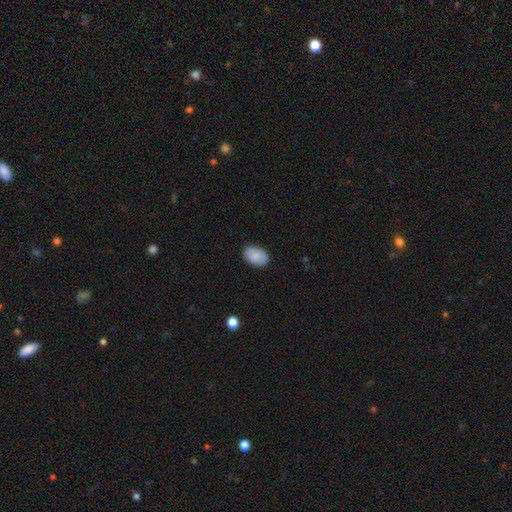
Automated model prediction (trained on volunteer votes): smooth_or_featured: smooth (p=0.87) [alt: star or artifact p=0.06]
how_rounded: in between (p=0.89) [alt: round p=0.10]
merging: none (p=0.86) [alt: minor disturbance p=0.10]